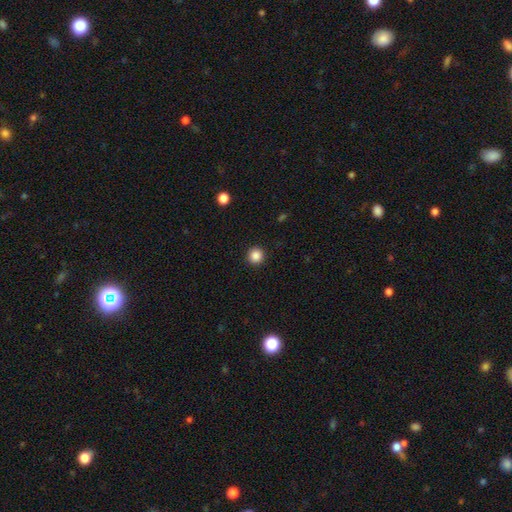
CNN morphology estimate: This is clearly a smooth galaxy (87%). How rounded: clearly round (94%). Merging: clearly none (92%).